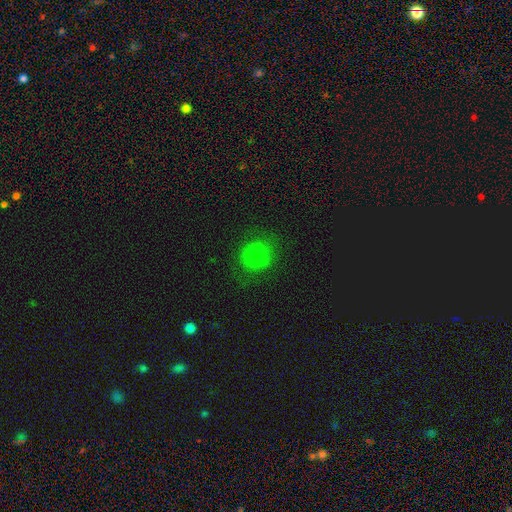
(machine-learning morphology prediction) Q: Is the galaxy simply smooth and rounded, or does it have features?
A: smooth — 72%.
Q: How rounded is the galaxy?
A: round — 78%.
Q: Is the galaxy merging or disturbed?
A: none — 71%.